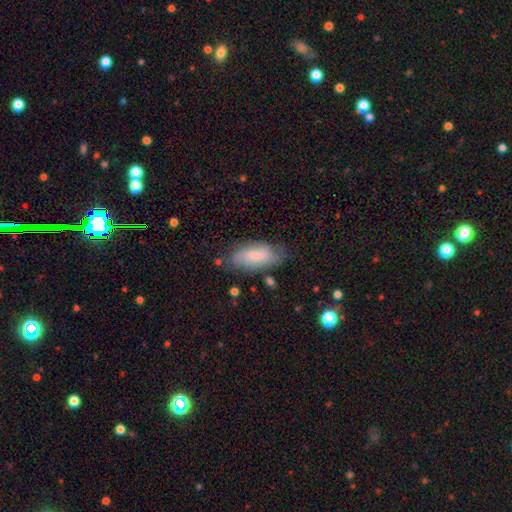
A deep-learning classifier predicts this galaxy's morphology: Q: Smooth or featured?
A: smooth (64%); runner-up: featured or disk (28%)
Q: How rounded?
A: in between (83%); runner-up: cigar-shaped (14%)
Q: Merging?
A: none (68%); runner-up: minor disturbance (23%)